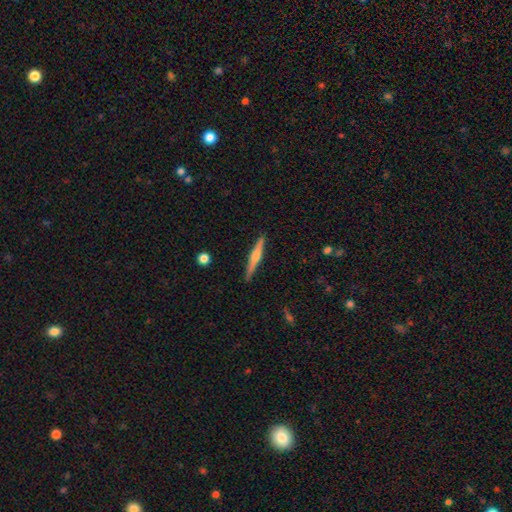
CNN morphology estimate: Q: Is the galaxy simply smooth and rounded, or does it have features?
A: featured or disk — 68%.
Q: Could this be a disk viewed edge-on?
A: yes — 98%.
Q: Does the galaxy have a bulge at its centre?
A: rounded — 85%.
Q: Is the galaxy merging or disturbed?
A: none — 90%.